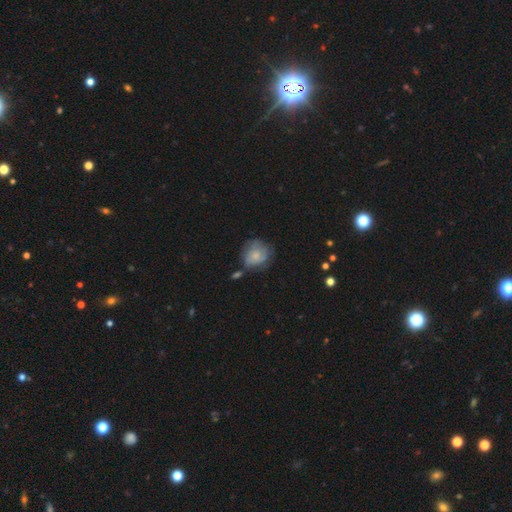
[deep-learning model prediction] This appears to be a smooth galaxy with no disk features (56%) that is round (81%). Merging: none (56%).